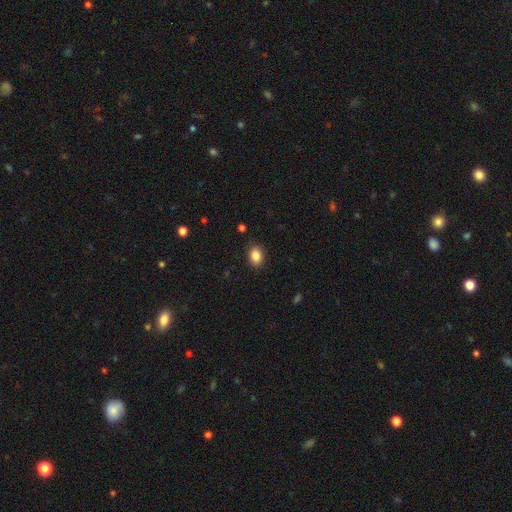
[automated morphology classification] smooth-or-featured: smooth: 87% | star or artifact: 9% | featured or disk: 4%
  how-rounded: in between: 72% | round: 27% | cigar-shaped: 1%
  merging: none: 86% | minor disturbance: 10% | major disturbance: 2% | merger: 1%